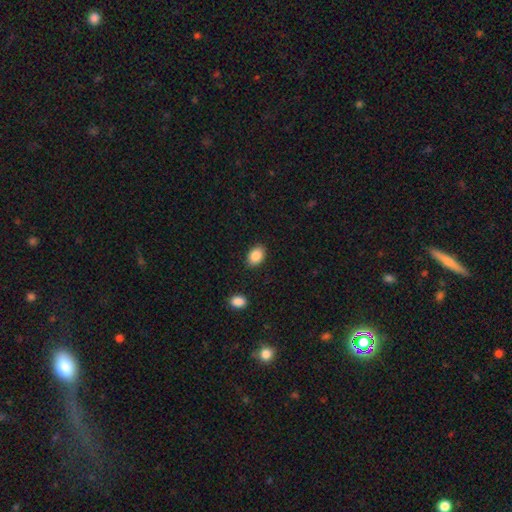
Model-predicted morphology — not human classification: Overall: smooth (88%). How rounded: in between (81%). Merging: none (87%).